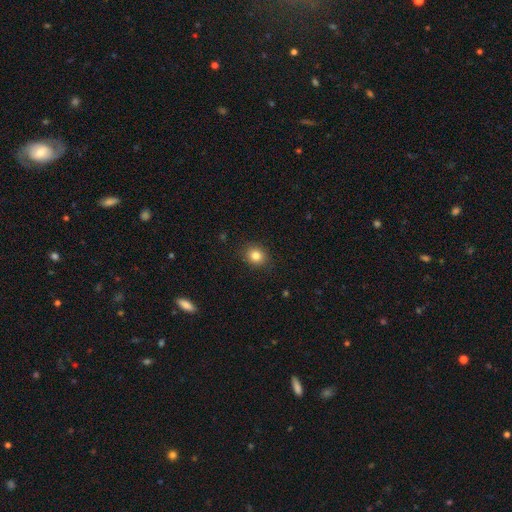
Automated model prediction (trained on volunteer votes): This appears to be a smooth galaxy with no disk features (83%) that is round (73%). Merging: none (89%).